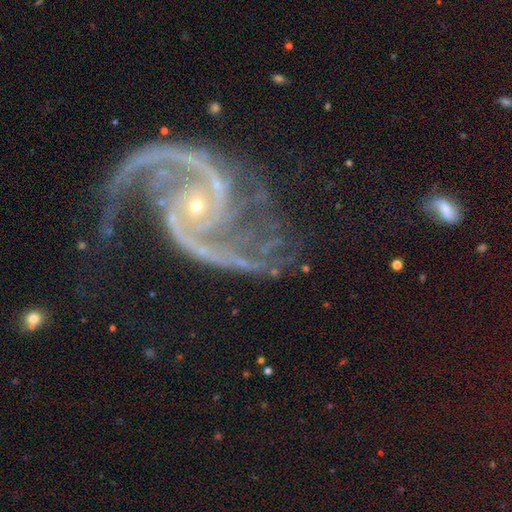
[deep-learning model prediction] Q: Smooth or featured?
A: featured or disk (92%); runner-up: star or artifact (6%)
Q: Edge-on disk?
A: no (98%); runner-up: yes (2%)
Q: Bar?
A: no (66%); runner-up: weak (23%)
Q: Spiral arms?
A: yes (98%); runner-up: no (2%)
Q: Spiral winding?
A: medium (58%); runner-up: loose (21%)
Q: Spiral arm count?
A: 2 (85%); runner-up: 3 (4%)
Q: Bulge size?
A: small (82%); runner-up: moderate (15%)
Q: Merging?
A: none (63%); runner-up: minor disturbance (19%)